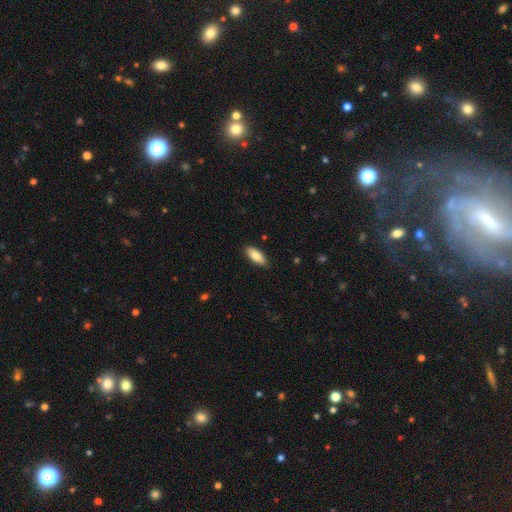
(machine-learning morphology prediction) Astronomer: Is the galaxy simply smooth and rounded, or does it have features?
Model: smooth — 79%.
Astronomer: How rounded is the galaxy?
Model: in between — 79%.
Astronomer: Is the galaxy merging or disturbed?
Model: none — 87%.